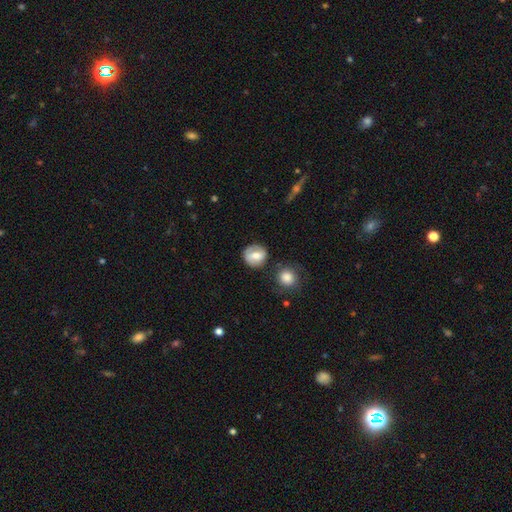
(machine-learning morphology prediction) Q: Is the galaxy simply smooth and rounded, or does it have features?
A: smooth — 59%.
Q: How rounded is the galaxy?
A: round — 84%.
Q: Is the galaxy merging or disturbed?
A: none — 74%.